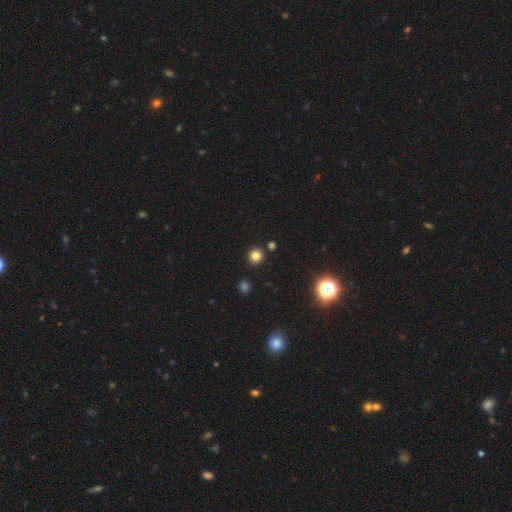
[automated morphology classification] smooth_or_featured: smooth (p=0.80) [alt: star or artifact p=0.15]
how_rounded: round (p=0.94) [alt: in between p=0.05]
merging: none (p=0.88) [alt: minor disturbance p=0.05]